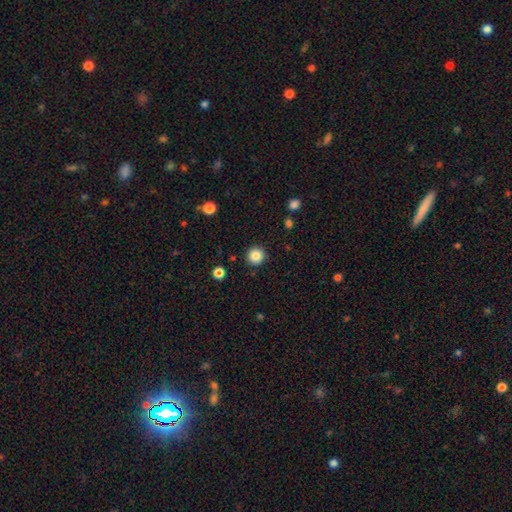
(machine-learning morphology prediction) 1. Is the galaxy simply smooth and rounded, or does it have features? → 85% smooth, 10% star or artifact, 4% featured or disk.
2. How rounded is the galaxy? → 95% round, 4% in between, 1% cigar-shaped.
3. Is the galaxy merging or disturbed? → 92% none, 5% minor disturbance, 2% major disturbance, 1% merger.